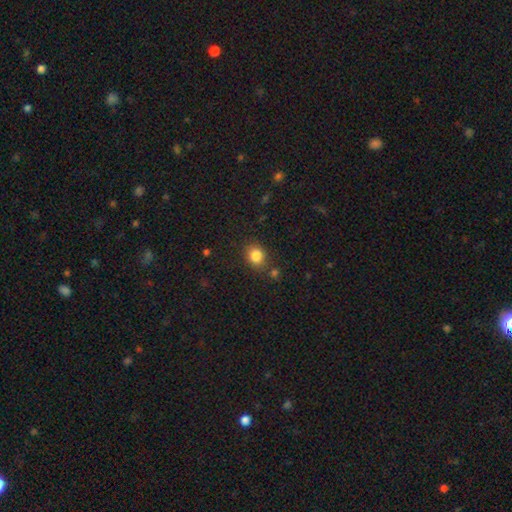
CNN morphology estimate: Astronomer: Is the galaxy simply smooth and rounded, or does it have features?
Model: smooth — 84%.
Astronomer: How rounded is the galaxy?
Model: round — 67%.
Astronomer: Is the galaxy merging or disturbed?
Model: none — 81%.